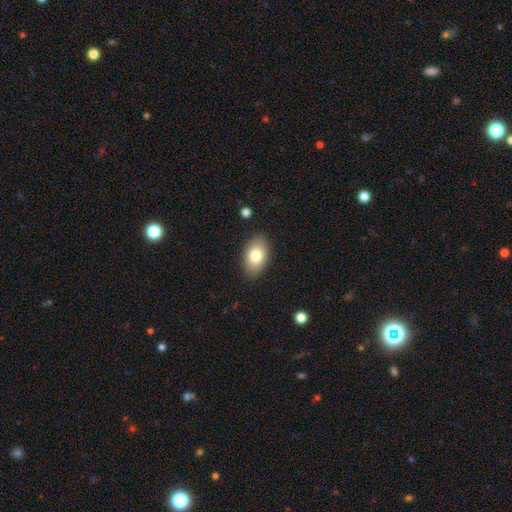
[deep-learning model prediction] Overall: smooth (79%). How rounded: in between (90%). Merging: none (87%).